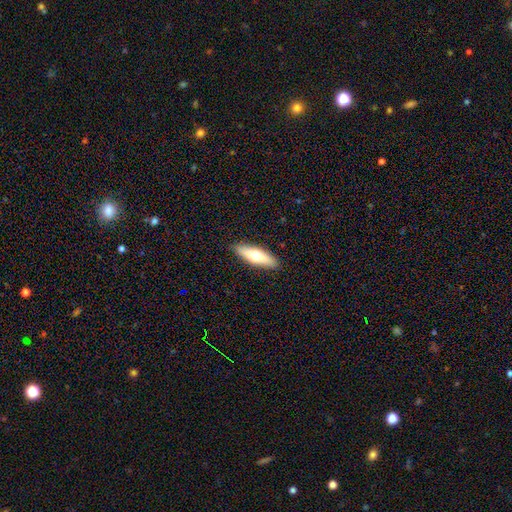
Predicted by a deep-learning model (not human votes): smooth_or_featured: smooth (p=0.60) [alt: featured or disk p=0.35]
how_rounded: cigar-shaped (p=0.50) [alt: in between p=0.47]
merging: none (p=0.89) [alt: minor disturbance p=0.08]